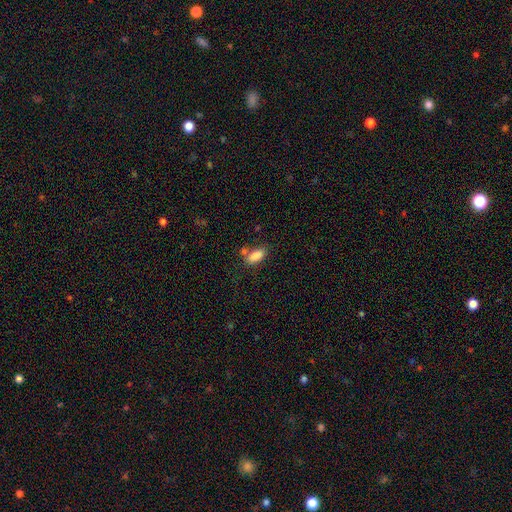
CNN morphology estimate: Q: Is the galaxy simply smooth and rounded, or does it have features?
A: smooth — 86%.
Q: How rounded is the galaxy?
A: in between — 88%.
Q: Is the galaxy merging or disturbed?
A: none — 61%.